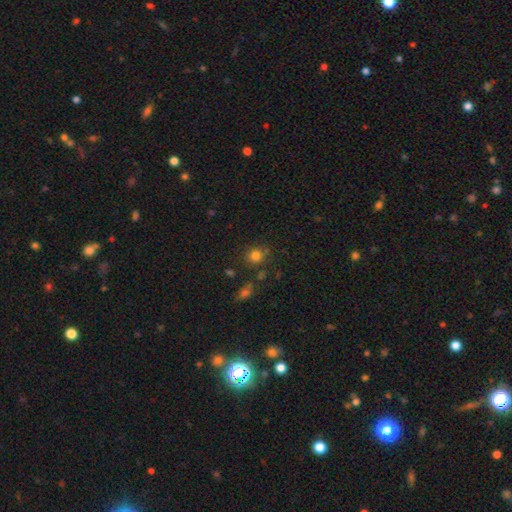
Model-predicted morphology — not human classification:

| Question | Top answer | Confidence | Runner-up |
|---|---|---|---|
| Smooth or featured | smooth | 78% | star or artifact (16%) |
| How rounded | round | 86% | in between (13%) |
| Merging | none | 75% | minor disturbance (12%) |